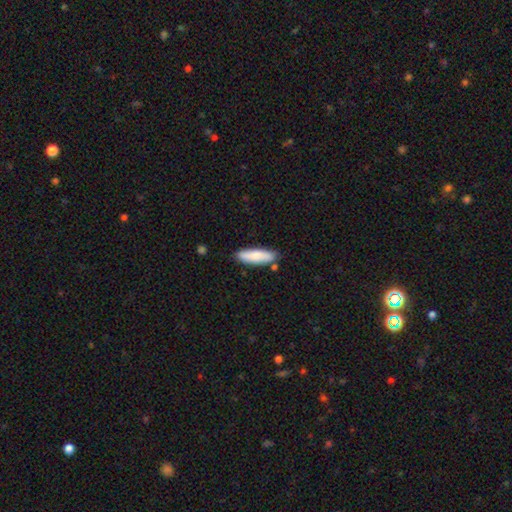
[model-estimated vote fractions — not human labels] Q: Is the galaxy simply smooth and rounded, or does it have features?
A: smooth — 79%.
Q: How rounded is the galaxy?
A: cigar-shaped — 56%.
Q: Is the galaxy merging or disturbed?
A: none — 81%.